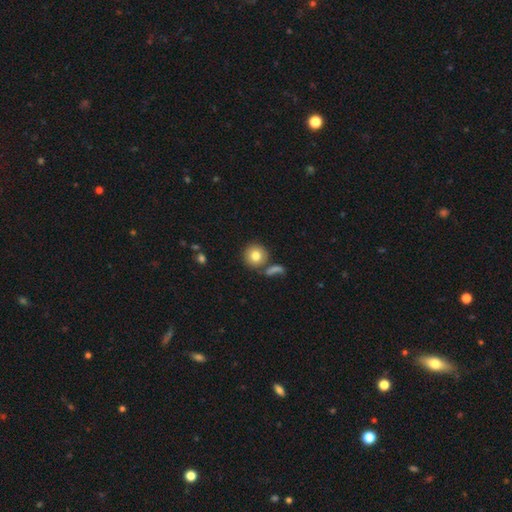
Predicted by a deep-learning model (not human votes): Q: Smooth or featured?
A: smooth (79%); runner-up: featured or disk (12%)
Q: How rounded?
A: round (92%); runner-up: in between (7%)
Q: Merging?
A: none (76%); runner-up: merger (11%)